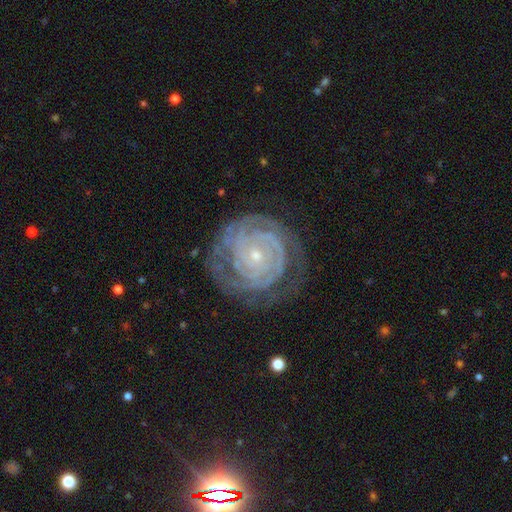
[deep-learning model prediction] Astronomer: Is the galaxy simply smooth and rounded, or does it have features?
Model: featured or disk — 90%.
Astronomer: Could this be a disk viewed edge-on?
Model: no — 98%.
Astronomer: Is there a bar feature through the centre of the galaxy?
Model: no — 78%.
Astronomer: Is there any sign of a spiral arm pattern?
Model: yes — 98%.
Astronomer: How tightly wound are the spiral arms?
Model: tight — 87%.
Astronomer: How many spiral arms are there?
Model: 2 — 27% (runner-up: can't tell, 23%).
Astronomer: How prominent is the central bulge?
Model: small — 80%.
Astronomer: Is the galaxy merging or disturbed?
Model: none — 76%.